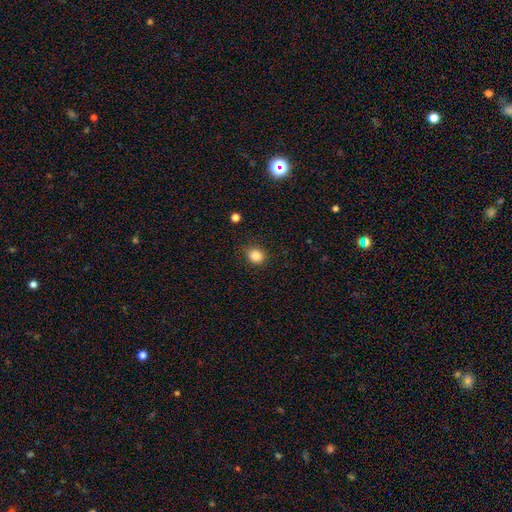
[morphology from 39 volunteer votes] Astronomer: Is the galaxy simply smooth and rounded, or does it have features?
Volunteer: smooth — 85%.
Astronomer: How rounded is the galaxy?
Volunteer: round — 70%.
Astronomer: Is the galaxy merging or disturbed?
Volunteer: none — 89%.